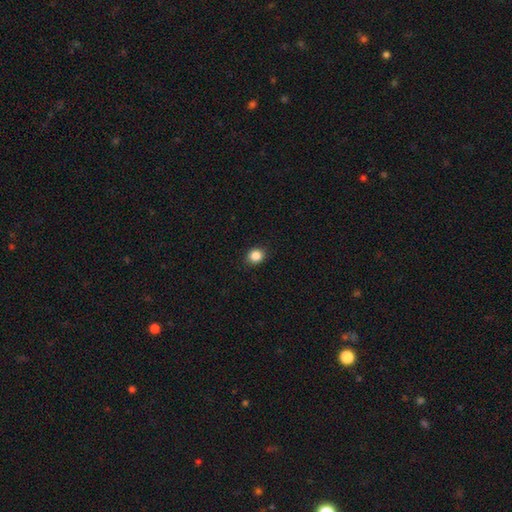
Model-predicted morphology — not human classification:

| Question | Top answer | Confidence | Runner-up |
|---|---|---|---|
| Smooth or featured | smooth | 86% | star or artifact (11%) |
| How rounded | round | 74% | in between (25%) |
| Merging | none | 89% | minor disturbance (8%) |